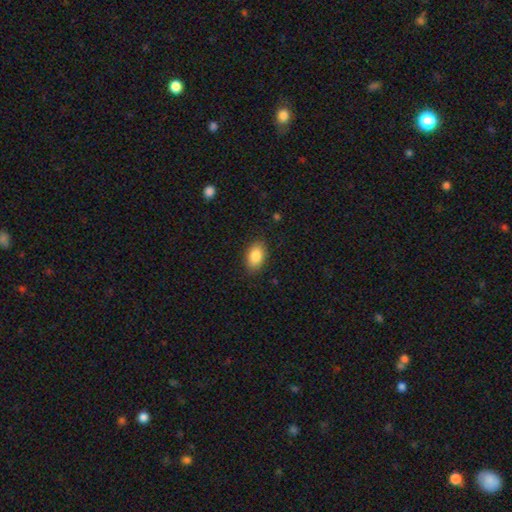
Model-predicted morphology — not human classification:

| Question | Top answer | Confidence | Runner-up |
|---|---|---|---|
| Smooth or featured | smooth | 87% | star or artifact (7%) |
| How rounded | in between | 91% | round (7%) |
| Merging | none | 85% | minor disturbance (11%) |